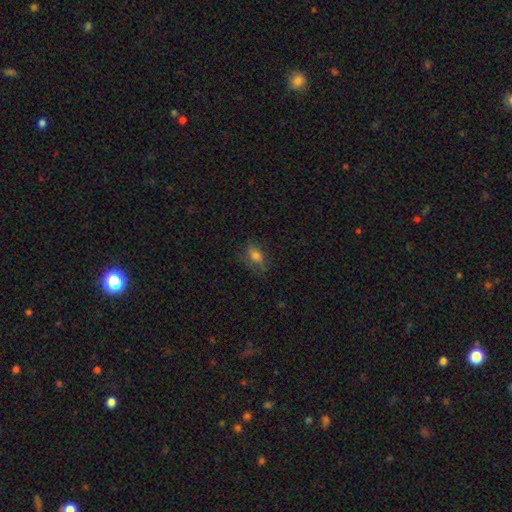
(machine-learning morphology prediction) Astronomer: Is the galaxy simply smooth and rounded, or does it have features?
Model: smooth — 72%.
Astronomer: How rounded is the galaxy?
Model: in between — 80%.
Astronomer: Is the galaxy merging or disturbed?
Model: none — 71%.